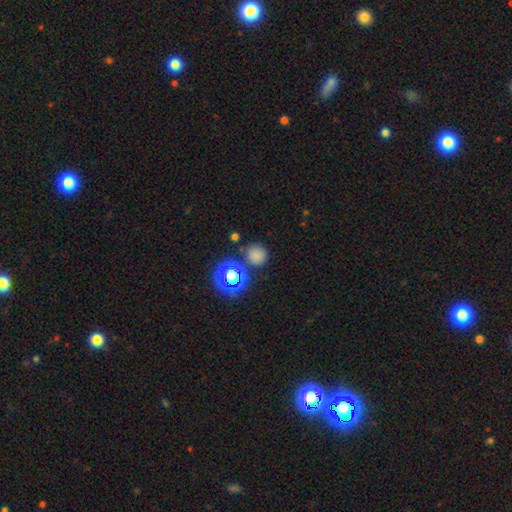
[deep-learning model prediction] Smooth or featured? smooth (73%)
How rounded? round (91%)
Merging? none (78%)